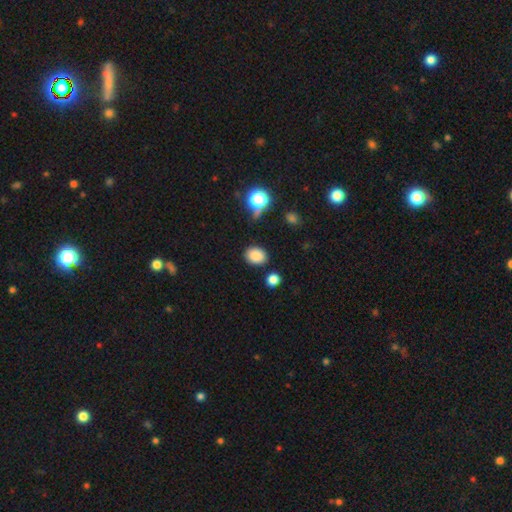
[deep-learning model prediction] This is clearly a smooth galaxy (85%). How rounded: likely in between (63%). Merging: clearly none (83%).